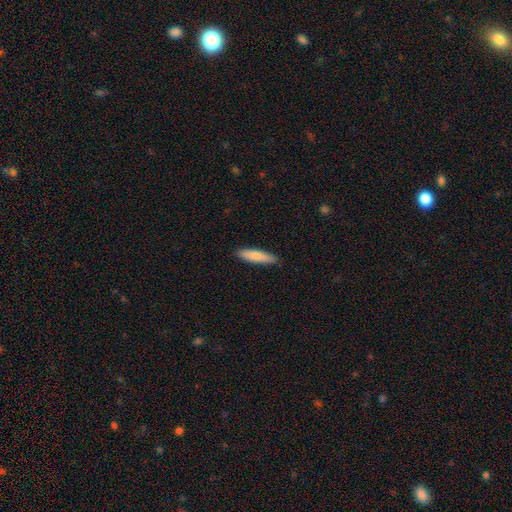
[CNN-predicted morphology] Smooth or featured?
  - smooth: 81% *
  - featured or disk: 14%
  - star or artifact: 5%
How rounded?
  - cigar-shaped: 80% *
  - in between: 19%
  - round: 1%
Merging?
  - none: 88% *
  - minor disturbance: 9%
  - major disturbance: 2%
  - merger: 1%